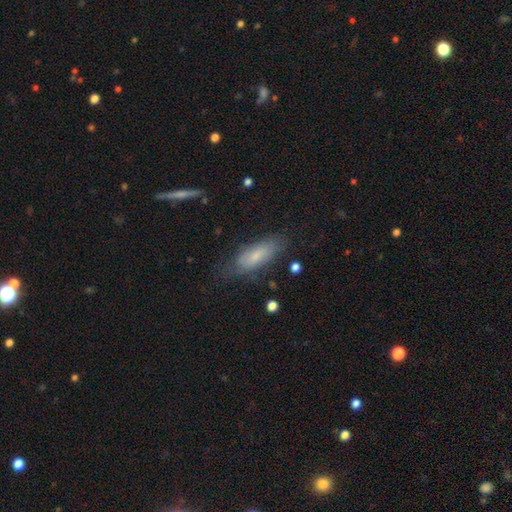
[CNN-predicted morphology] Overall: smooth (67%). How rounded: in between (65%; cigar-shaped 32%). Merging: none (67%).